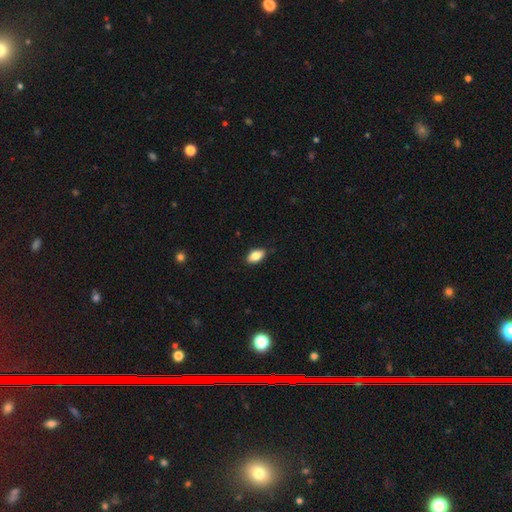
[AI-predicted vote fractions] This is clearly a smooth galaxy (82%). How rounded: clearly in between (90%). Merging: clearly none (84%).